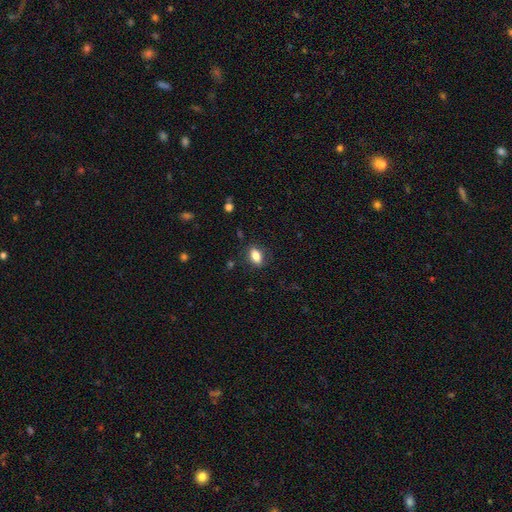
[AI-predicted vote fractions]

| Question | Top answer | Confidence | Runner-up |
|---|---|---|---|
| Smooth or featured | smooth | 82% | featured or disk (9%) |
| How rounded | in between | 85% | round (9%) |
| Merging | none | 83% | minor disturbance (13%) |